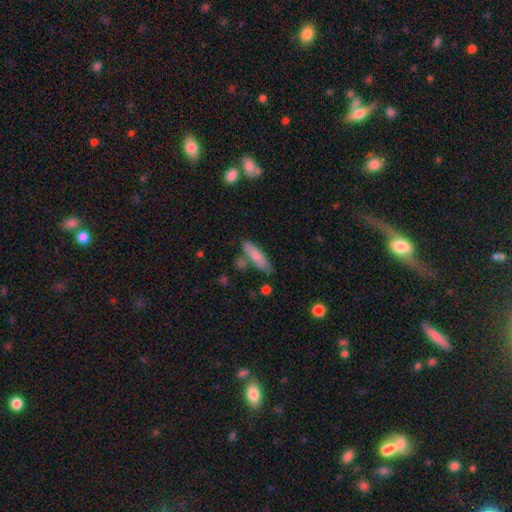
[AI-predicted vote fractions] Smooth or featured? Predicted: smooth (p=0.80). How rounded? Predicted: cigar-shaped (p=0.66). Merging? Predicted: none (p=0.72).